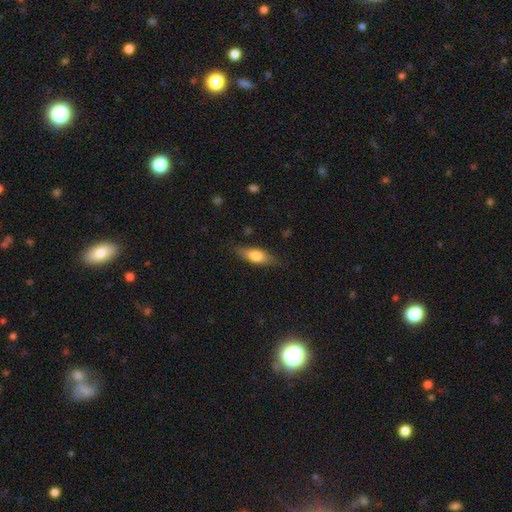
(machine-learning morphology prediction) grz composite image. It shows a smooth galaxy with no disk features (66%) that is in between round and cigar-shaped (60%). Merging: none (81%).